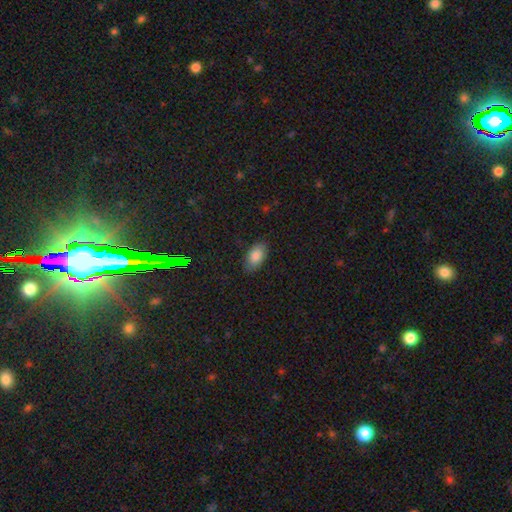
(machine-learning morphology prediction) A smooth galaxy with no disk features (84%) that is in between round and cigar-shaped (93%).

Vote fractions:
- Smooth or featured? smooth: 84% / star or artifact: 8% / featured or disk: 8%
- How rounded? in between: 93% / round: 4% / cigar-shaped: 3%
- Merging? none: 85% / minor disturbance: 11% / major disturbance: 3% / merger: 1%